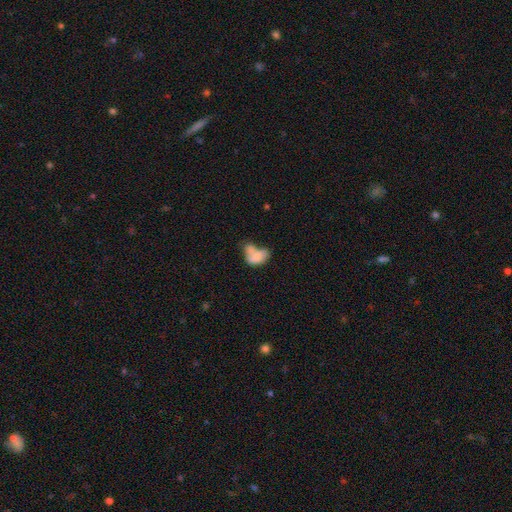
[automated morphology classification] Smooth or featured: smooth — 72% (featured or disk — 18%)
How rounded: in between — 84% (round — 14%)
Merging: merger — 52% (none — 19%)